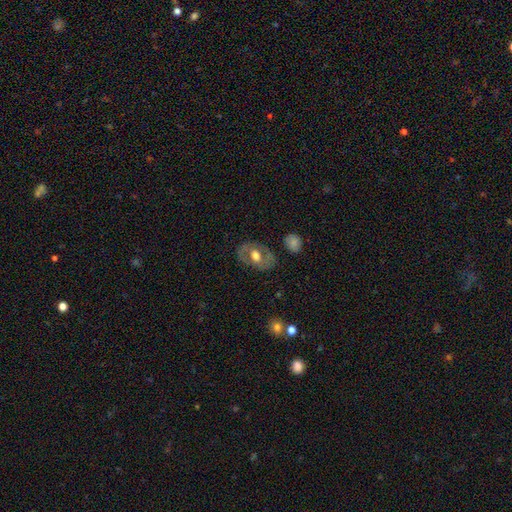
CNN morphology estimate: Smooth or featured? Predicted: featured or disk (p=0.55). Edge-on disk? Predicted: no (p=0.92). Bar? Predicted: no (p=0.68). Spiral arms? Predicted: no (p=0.74). Bulge size? Predicted: moderate (p=0.60). Merging? Predicted: none (p=0.77).